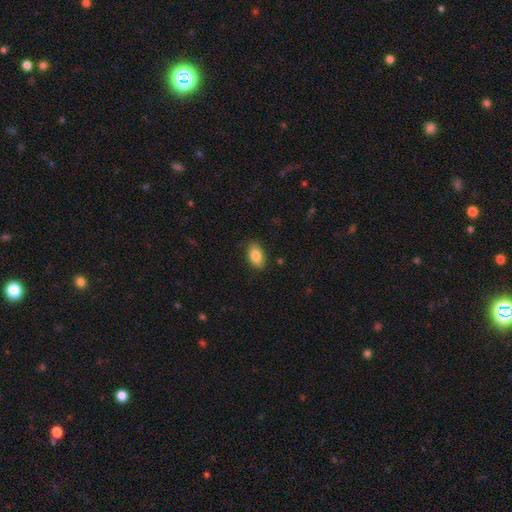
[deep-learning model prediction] Smooth or featured? Predicted: smooth (p=0.84). How rounded? Predicted: in between (p=0.90). Merging? Predicted: none (p=0.84).